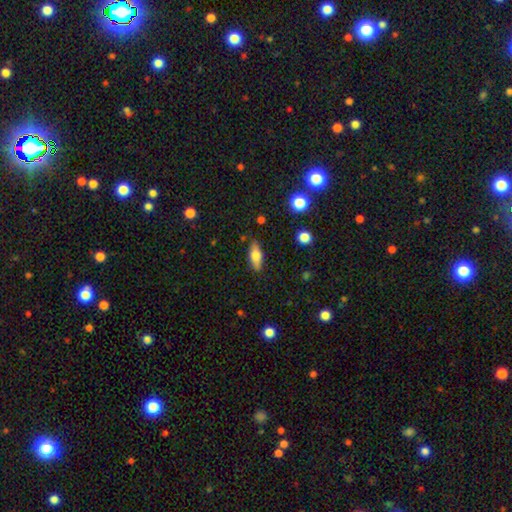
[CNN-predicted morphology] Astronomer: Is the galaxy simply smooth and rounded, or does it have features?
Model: smooth — 71%.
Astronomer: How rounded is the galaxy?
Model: in between — 77%.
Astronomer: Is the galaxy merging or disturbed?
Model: none — 84%.